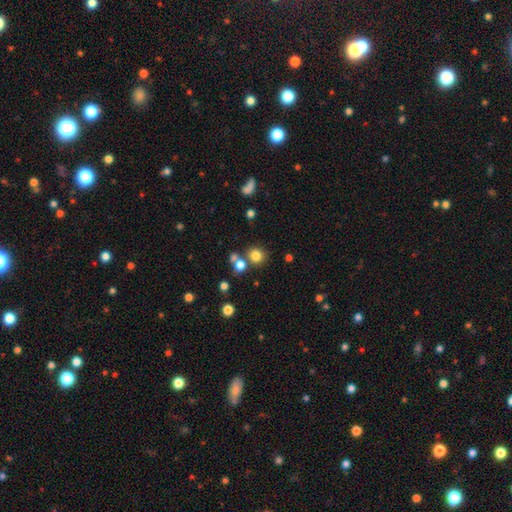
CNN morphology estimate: Smooth or featured?
  - smooth: 79% *
  - star or artifact: 14%
  - featured or disk: 7%
How rounded?
  - round: 88% *
  - in between: 11%
  - cigar-shaped: 1%
Merging?
  - none: 68% *
  - merger: 19%
  - minor disturbance: 8%
  - major disturbance: 4%